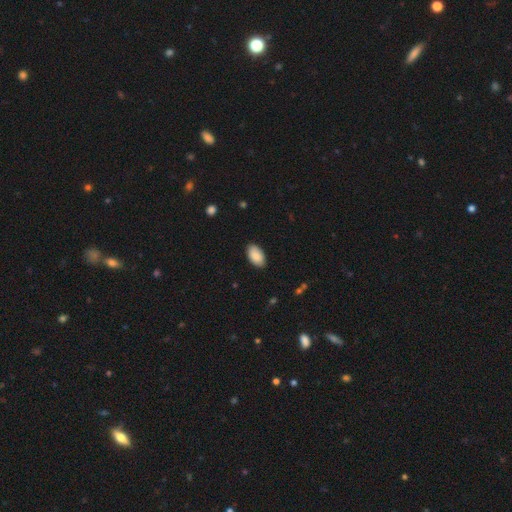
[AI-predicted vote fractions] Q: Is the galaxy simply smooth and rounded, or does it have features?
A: smooth — 89%.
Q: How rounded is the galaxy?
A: in between — 95%.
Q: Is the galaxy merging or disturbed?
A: none — 87%.